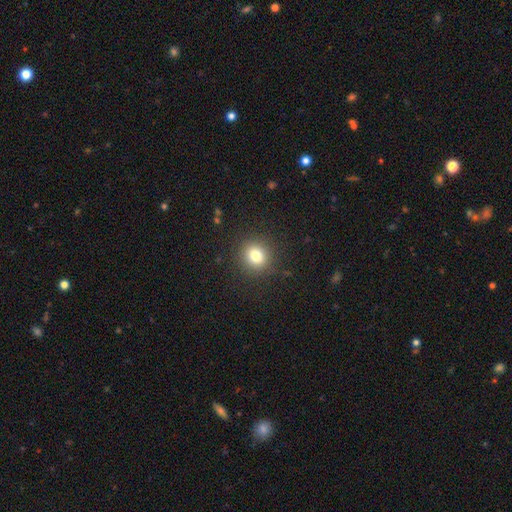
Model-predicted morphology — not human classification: Smooth or featured?
  - smooth: 80% *
  - star or artifact: 13%
  - featured or disk: 8%
How rounded?
  - round: 88% *
  - in between: 11%
  - cigar-shaped: 1%
Merging?
  - none: 90% *
  - minor disturbance: 7%
  - major disturbance: 3%
  - merger: 1%